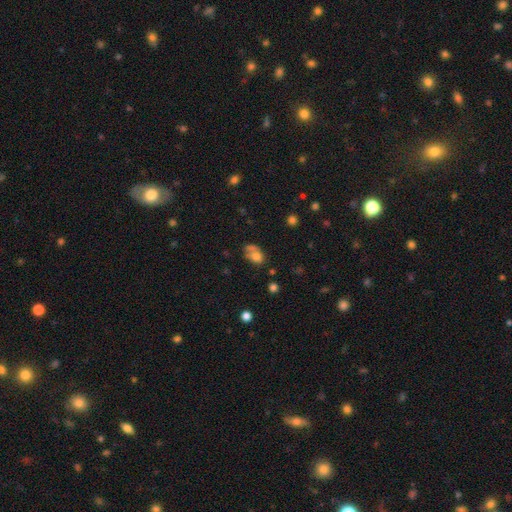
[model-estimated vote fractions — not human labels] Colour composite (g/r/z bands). It shows a smooth galaxy with no disk features (73%) that is in between round and cigar-shaped (62%). Merging: none (35%).